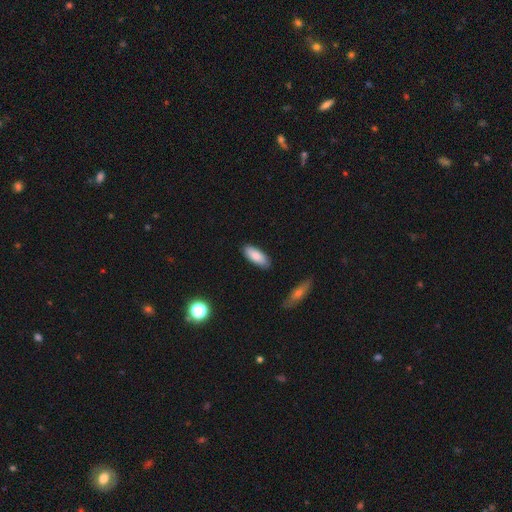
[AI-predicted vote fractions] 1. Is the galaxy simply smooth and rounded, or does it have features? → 85% smooth, 9% featured or disk, 6% star or artifact.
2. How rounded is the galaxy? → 79% in between, 20% cigar-shaped, 2% round.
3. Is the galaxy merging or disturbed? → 86% none, 10% minor disturbance, 2% major disturbance, 2% merger.